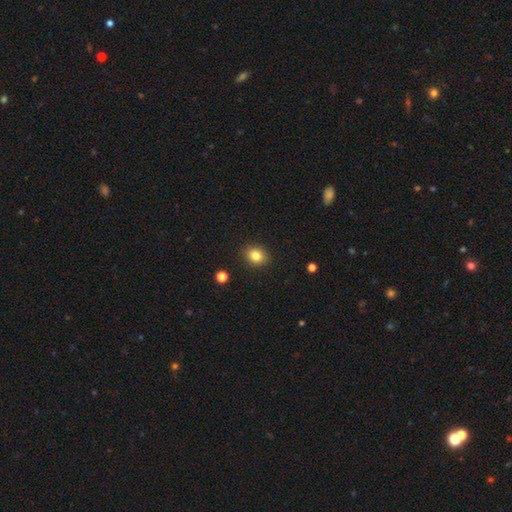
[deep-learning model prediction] Smooth or featured? smooth (82%)
How rounded? round (61%)
Merging? none (90%)